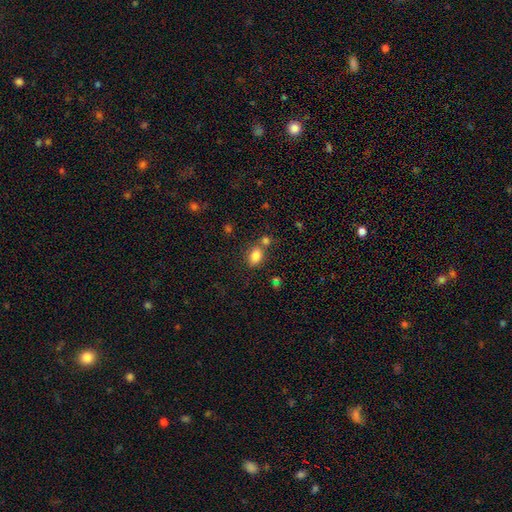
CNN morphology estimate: type=smooth (83%); roundness=in between (78%); merging=none (63%).